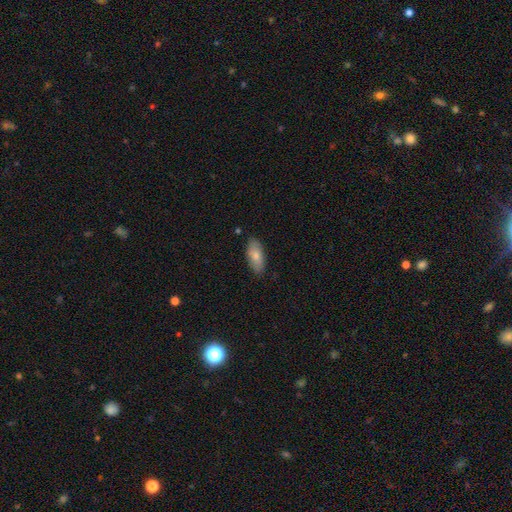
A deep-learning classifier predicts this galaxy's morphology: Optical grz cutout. It shows a smooth galaxy with no disk features (76%) that is in between round and cigar-shaped (86%). Merging: none (84%).